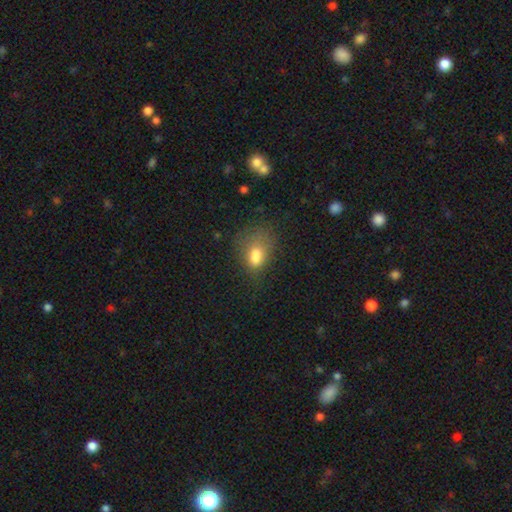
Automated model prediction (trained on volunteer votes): Smooth or featured?
  - smooth: 70% *
  - featured or disk: 18%
  - star or artifact: 12%
How rounded?
  - in between: 75% *
  - round: 22%
  - cigar-shaped: 2%
Merging?
  - none: 32% *
  - merger: 28%
  - minor disturbance: 22%
  - major disturbance: 18%